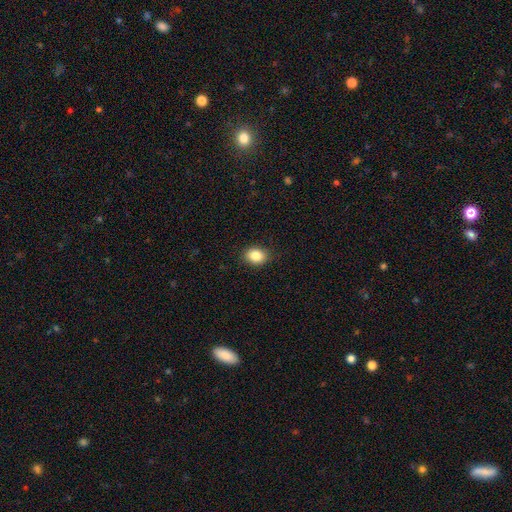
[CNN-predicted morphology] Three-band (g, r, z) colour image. It shows a smooth galaxy with no disk features (85%) that is in between round and cigar-shaped (53%). Merging: none (88%).